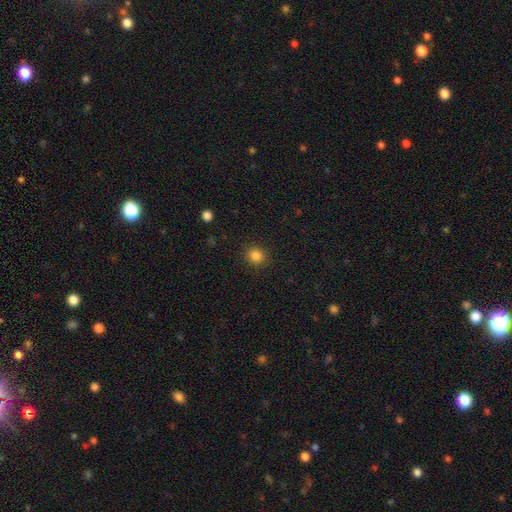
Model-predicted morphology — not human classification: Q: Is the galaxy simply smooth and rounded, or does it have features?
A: smooth — 85%.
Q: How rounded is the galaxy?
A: round — 83%.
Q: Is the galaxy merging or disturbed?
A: none — 89%.